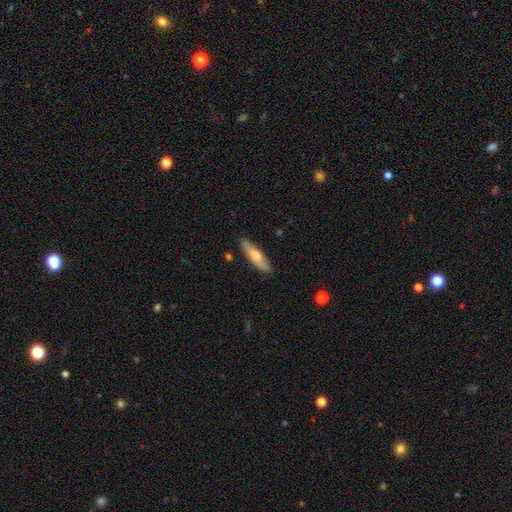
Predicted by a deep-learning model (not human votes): Smooth or featured: smooth — 55% (featured or disk — 39%)
How rounded: cigar-shaped — 72% (in between — 26%)
Merging: none — 88% (minor disturbance — 9%)